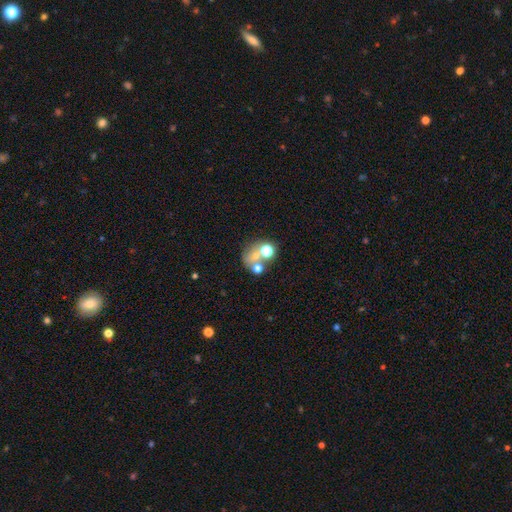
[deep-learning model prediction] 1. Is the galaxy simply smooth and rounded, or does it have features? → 53% smooth, 24% featured or disk, 23% star or artifact.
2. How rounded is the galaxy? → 69% round, 30% in between, 1% cigar-shaped.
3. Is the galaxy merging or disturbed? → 47% merger, 38% none, 8% minor disturbance, 7% major disturbance.